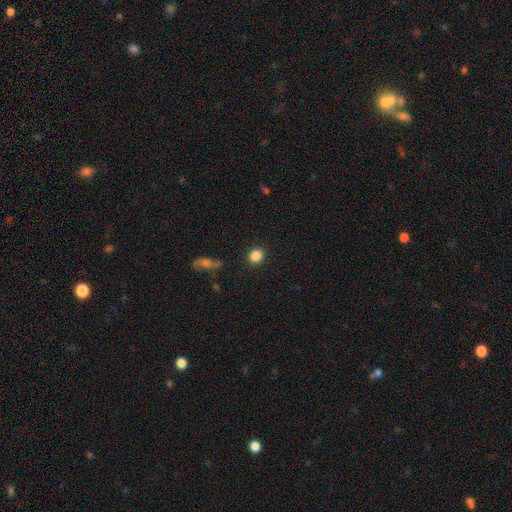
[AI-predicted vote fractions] Smooth or featured: smooth — 86% (star or artifact — 10%)
How rounded: round — 80% (in between — 19%)
Merging: none — 89% (minor disturbance — 7%)